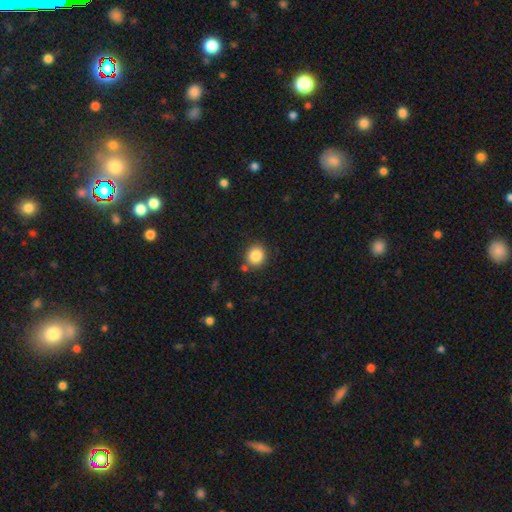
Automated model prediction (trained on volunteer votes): This is clearly a smooth galaxy (85%). How rounded: clearly round (85%). Merging: clearly none (83%).